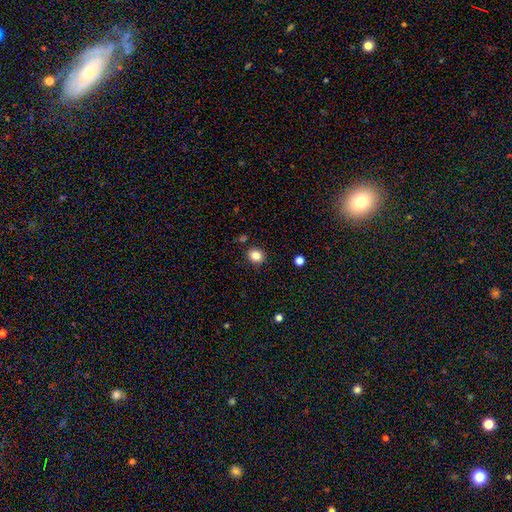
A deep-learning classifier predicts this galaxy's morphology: Smooth or featured?
  - smooth: 84% *
  - star or artifact: 11%
  - featured or disk: 5%
How rounded?
  - round: 68% *
  - in between: 31%
  - cigar-shaped: 1%
Merging?
  - none: 87% *
  - minor disturbance: 8%
  - major disturbance: 2%
  - merger: 2%